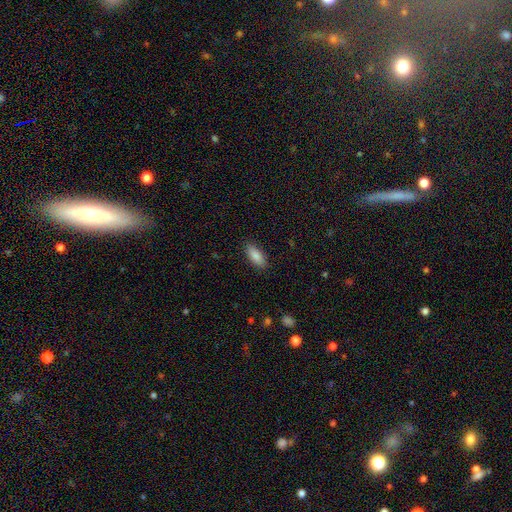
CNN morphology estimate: smooth_or_featured: smooth (p=0.87) [alt: featured or disk p=0.07]
how_rounded: in between (p=0.81) [alt: cigar-shaped p=0.17]
merging: none (p=0.88) [alt: minor disturbance p=0.09]